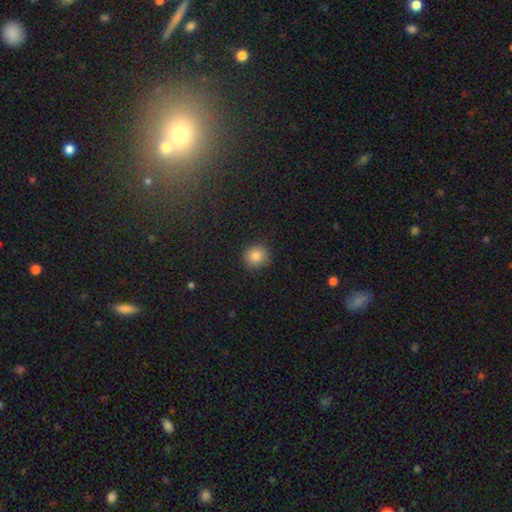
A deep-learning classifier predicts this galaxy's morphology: Overall: smooth (83%). How rounded: round (91%). Merging: none (89%).